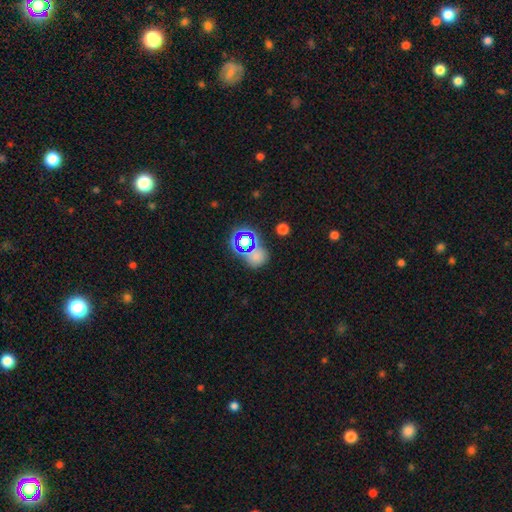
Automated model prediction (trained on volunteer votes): smooth-or-featured: smooth: 54% | star or artifact: 37% | featured or disk: 9%
  how-rounded: round: 69% | in between: 30% | cigar-shaped: 1%
  merging: none: 62% | merger: 18% | minor disturbance: 13% | major disturbance: 7%